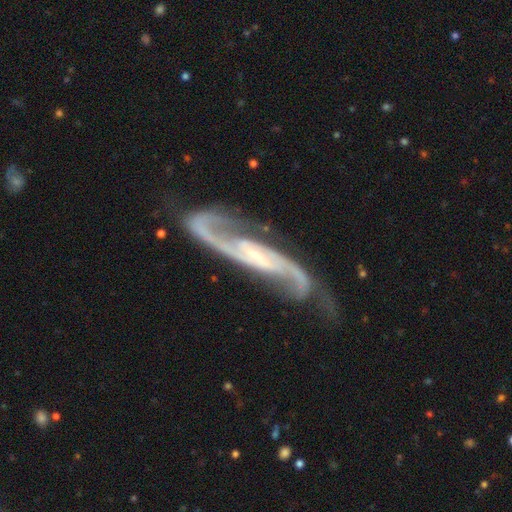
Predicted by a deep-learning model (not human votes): Morphology: type=featured or disk (93%); edge-on=no (92%); bar=no (35%); spiral arms=yes (98%); winding=medium (52%); arm count=2 (93%); bulge=small (73%); merging=none (71%).